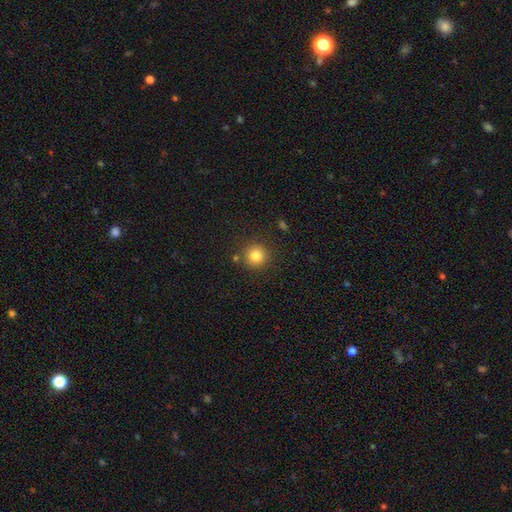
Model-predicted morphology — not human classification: Smooth or featured? Predicted: smooth (p=0.83). How rounded? Predicted: round (p=0.94). Merging? Predicted: none (p=0.85).